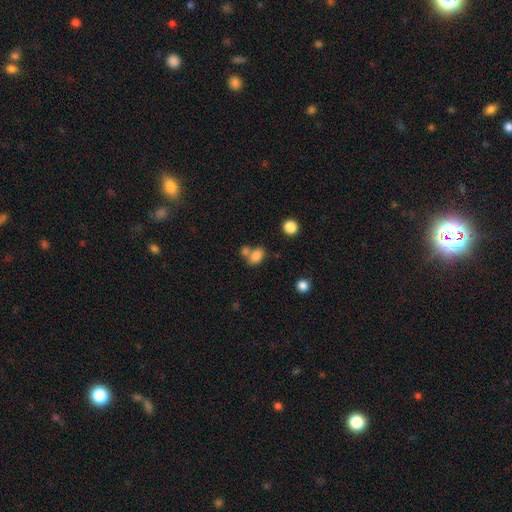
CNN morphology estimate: This is clearly a smooth galaxy (82%). How rounded: clearly in between (81%). Merging: possibly none (46%).